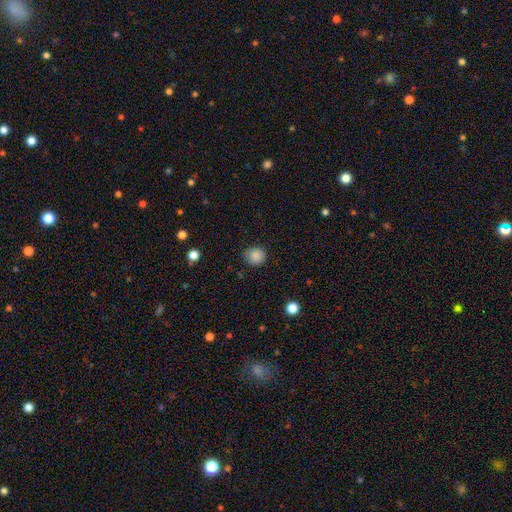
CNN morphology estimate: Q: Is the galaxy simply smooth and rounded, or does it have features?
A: smooth — 85%.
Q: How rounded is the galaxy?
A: round — 87%.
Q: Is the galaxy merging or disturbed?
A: none — 79%.